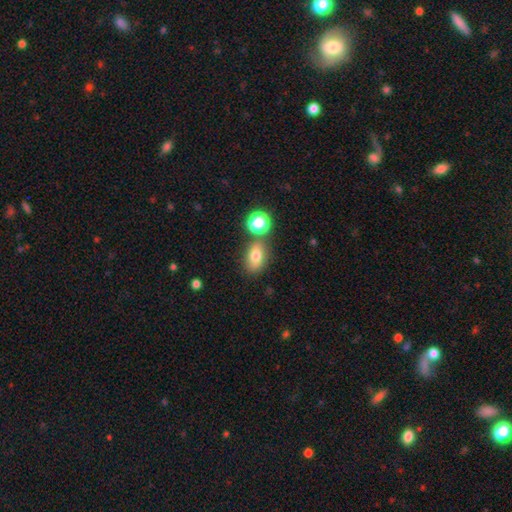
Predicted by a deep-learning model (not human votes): A smooth galaxy with no disk features (73%) that is in between round and cigar-shaped (79%).

Vote fractions:
- Smooth or featured? smooth: 73% / featured or disk: 14% / star or artifact: 12%
- How rounded? in between: 79% / round: 18% / cigar-shaped: 3%
- Merging? none: 71% / minor disturbance: 14% / merger: 12% / major disturbance: 4%